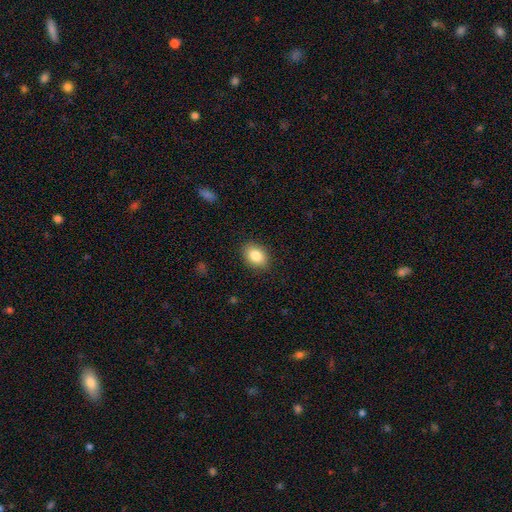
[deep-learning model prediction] A smooth galaxy with no disk features (85%) that is in between round and cigar-shaped (71%).

Vote fractions:
- Smooth or featured? smooth: 85% / star or artifact: 8% / featured or disk: 7%
- How rounded? in between: 71% / round: 28% / cigar-shaped: 1%
- Merging? none: 88% / minor disturbance: 9% / major disturbance: 2% / merger: 1%